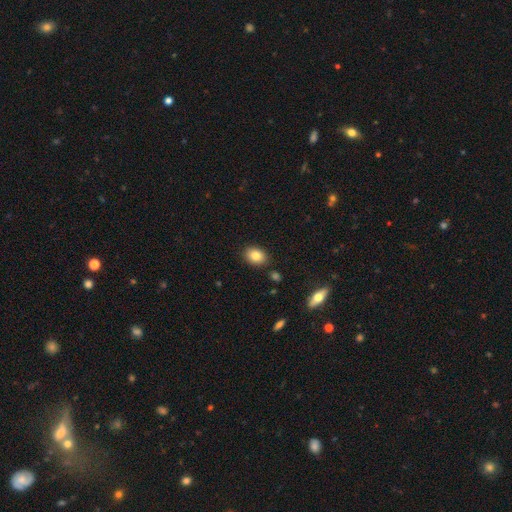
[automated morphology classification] The model was most divided on "how rounded": in between: 76%, round: 22%, cigar-shaped: 1%. More confident: merging — none (86%); smooth or featured — smooth (83%).